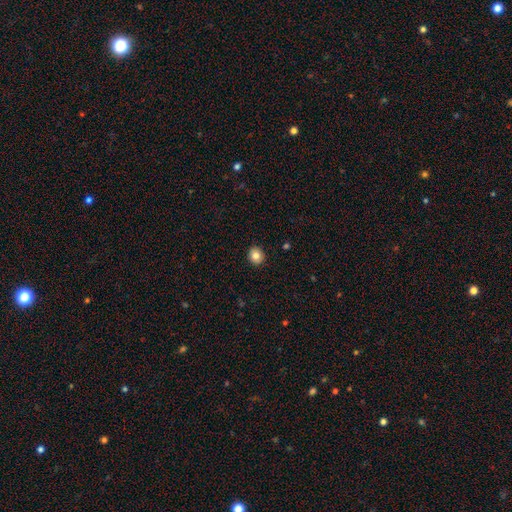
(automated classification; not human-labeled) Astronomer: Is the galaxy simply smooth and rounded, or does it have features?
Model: smooth — 82%.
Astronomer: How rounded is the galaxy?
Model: round — 80%.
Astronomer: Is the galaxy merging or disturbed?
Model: none — 91%.